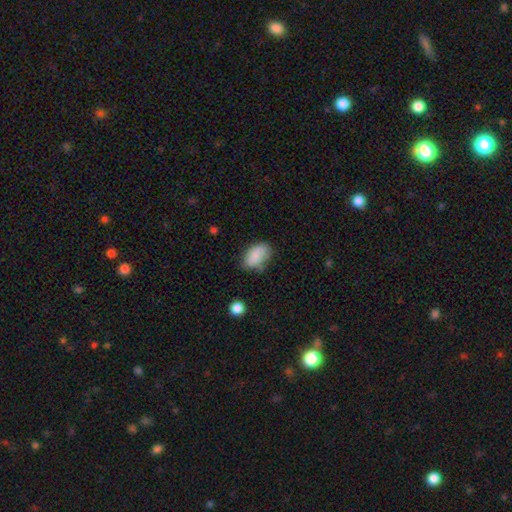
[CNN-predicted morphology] Overall: smooth (84%). How rounded: in between (92%). Merging: none (57%; minor disturbance 30%).